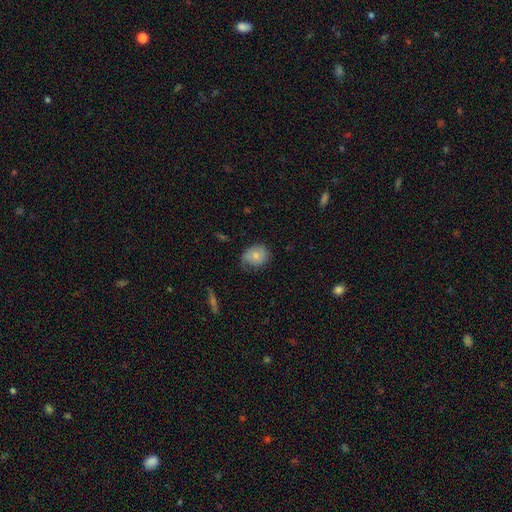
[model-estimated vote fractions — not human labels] smooth-or-featured: smooth: 65% | featured or disk: 27% | star or artifact: 8%
  how-rounded: round: 53% | in between: 46% | cigar-shaped: 1%
  merging: none: 53% | minor disturbance: 32% | major disturbance: 13% | merger: 1%